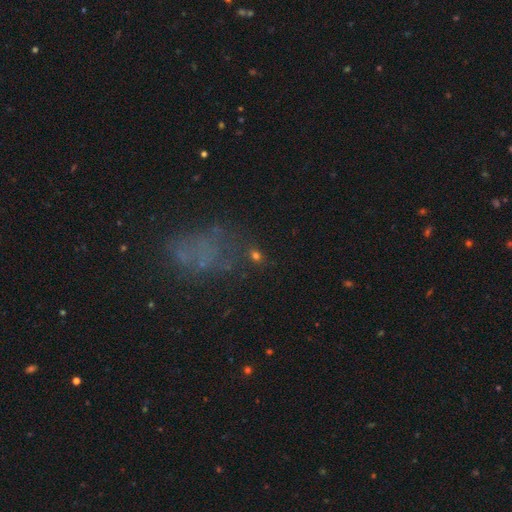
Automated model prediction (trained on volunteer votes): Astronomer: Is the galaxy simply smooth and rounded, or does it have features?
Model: smooth — 47% (runner-up: star or artifact, 32%).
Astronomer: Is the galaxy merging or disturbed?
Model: none — 57%.